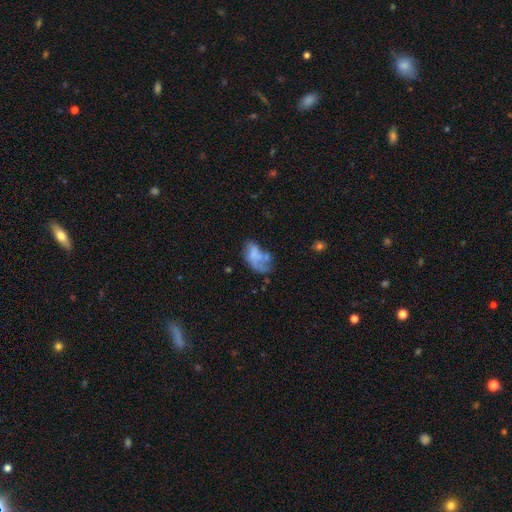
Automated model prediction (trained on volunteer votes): This is possibly a smooth galaxy (48%). Merging: marginally major disturbance (34%).